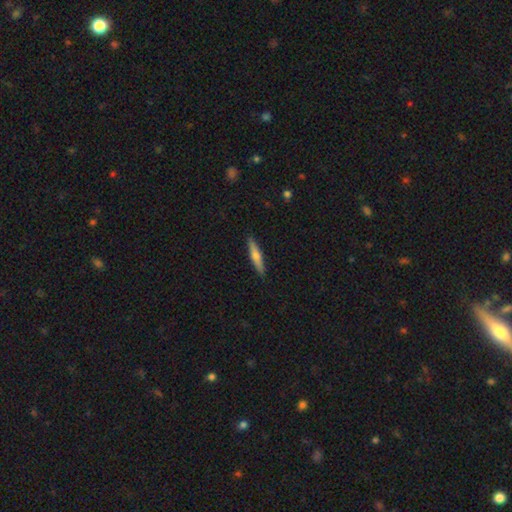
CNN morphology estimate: smooth_or_featured: smooth (p=0.53) [alt: featured or disk p=0.41]
how_rounded: cigar-shaped (p=0.87) [alt: in between p=0.11]
merging: none (p=0.91) [alt: minor disturbance p=0.07]